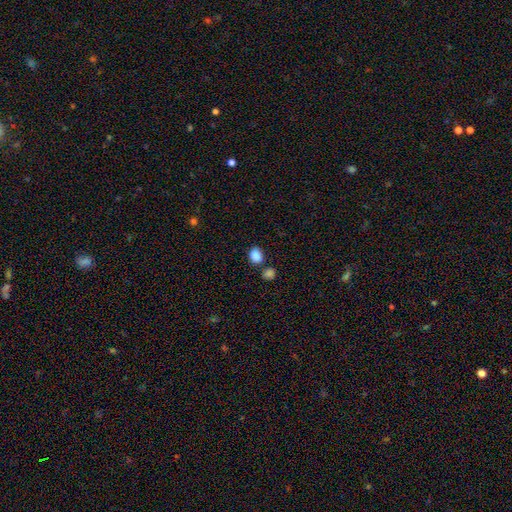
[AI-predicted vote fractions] The model was most divided on "how rounded": in between: 59%, round: 40%, cigar-shaped: 1%. More confident: smooth or featured — smooth (86%); merging — none (70%).